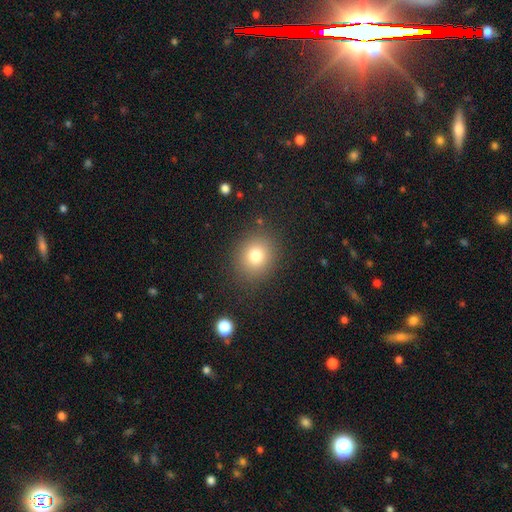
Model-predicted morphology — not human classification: Smooth or featured: smooth — 77% (star or artifact — 13%)
How rounded: round — 77% (in between — 22%)
Merging: none — 86% (minor disturbance — 8%)